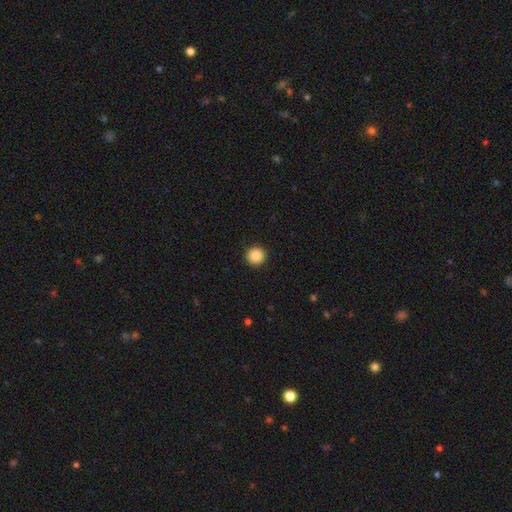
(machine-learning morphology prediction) This is clearly a smooth galaxy (88%). How rounded: clearly round (95%). Merging: clearly none (93%).